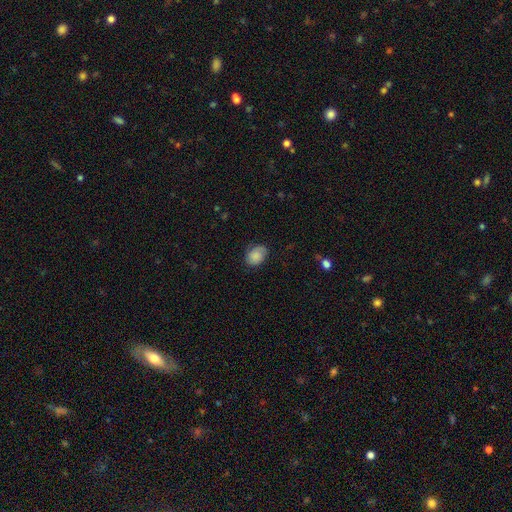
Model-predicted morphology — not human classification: smooth-or-featured: smooth: 76% | featured or disk: 15% | star or artifact: 8%
  how-rounded: in between: 67% | round: 32% | cigar-shaped: 1%
  merging: none: 71% | minor disturbance: 22% | major disturbance: 6% | merger: 1%